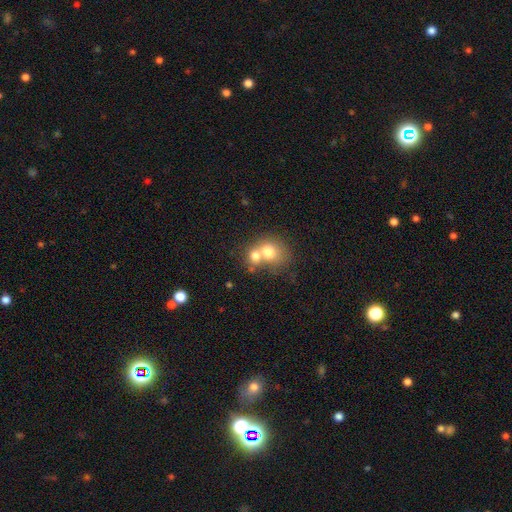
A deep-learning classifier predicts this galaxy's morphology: This appears to be a smooth galaxy with no disk features (71%) that is round (68%). Merging: merger (66%).